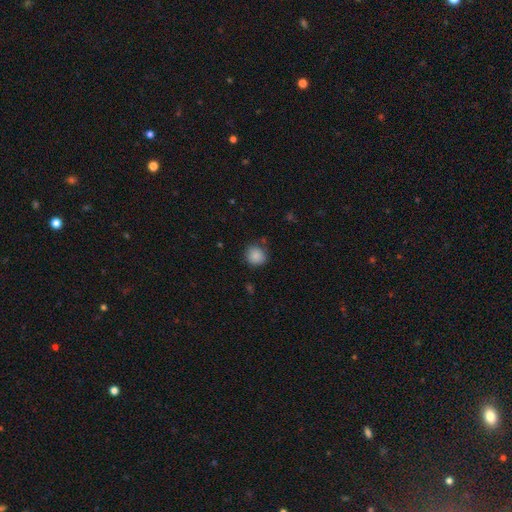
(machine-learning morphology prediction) Smooth or featured: smooth — 87% (star or artifact — 9%)
How rounded: round — 86% (in between — 13%)
Merging: none — 79% (minor disturbance — 15%)